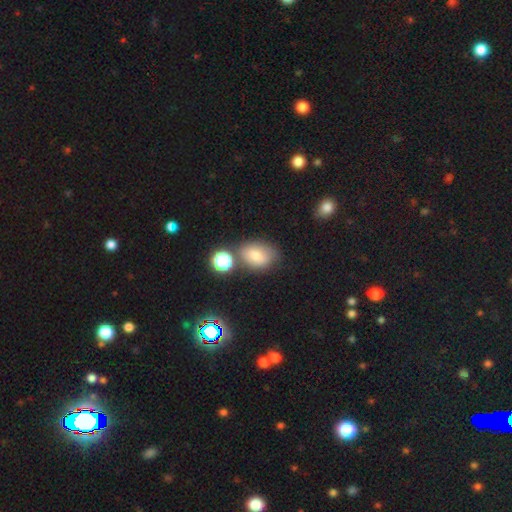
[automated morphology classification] Overall: smooth (76%). How rounded: in between (72%). Merging: none (58%; minor disturbance 20%).